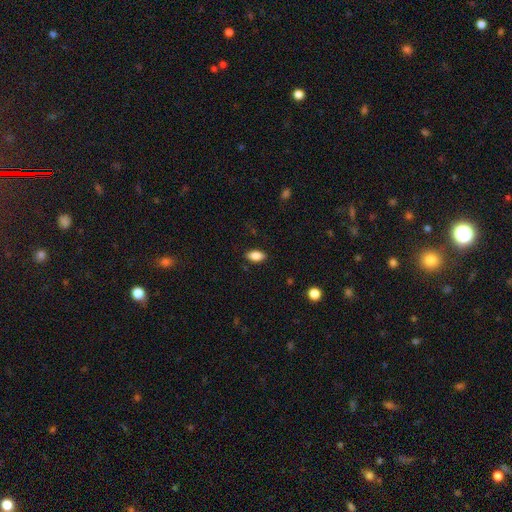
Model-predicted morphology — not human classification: smooth-or-featured: smooth: 85% | star or artifact: 8% | featured or disk: 7%
  how-rounded: in between: 90% | cigar-shaped: 6% | round: 4%
  merging: none: 87% | minor disturbance: 10% | major disturbance: 2% | merger: 1%